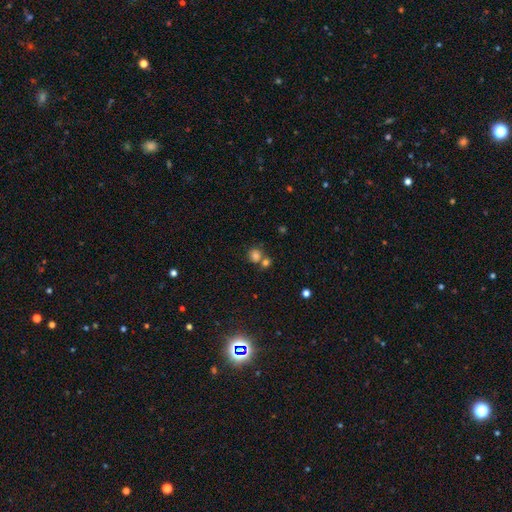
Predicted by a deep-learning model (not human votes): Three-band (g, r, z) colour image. It shows a smooth galaxy with no disk features (79%) that is round (80%). Merging: none (51%).